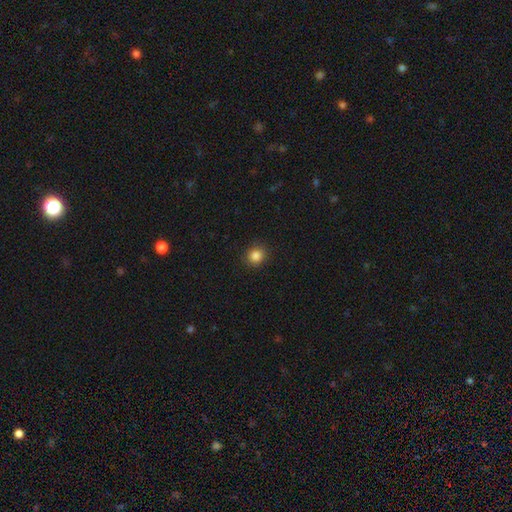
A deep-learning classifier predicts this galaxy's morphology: Smooth or featured: smooth — 85% (star or artifact — 11%)
How rounded: round — 86% (in between — 13%)
Merging: none — 90% (minor disturbance — 7%)